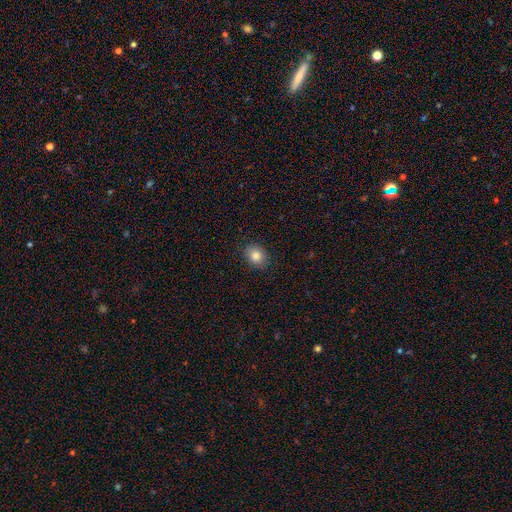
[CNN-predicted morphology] This appears to be a smooth galaxy with no disk features (84%) that is round (55%). Merging: none (88%).